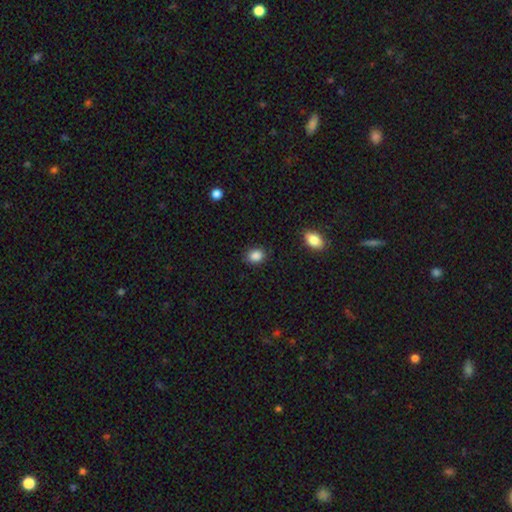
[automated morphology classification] The model was most divided on "how rounded": in between: 53%, round: 46%, cigar-shaped: 1%. More confident: smooth or featured — smooth (87%); merging — none (85%).